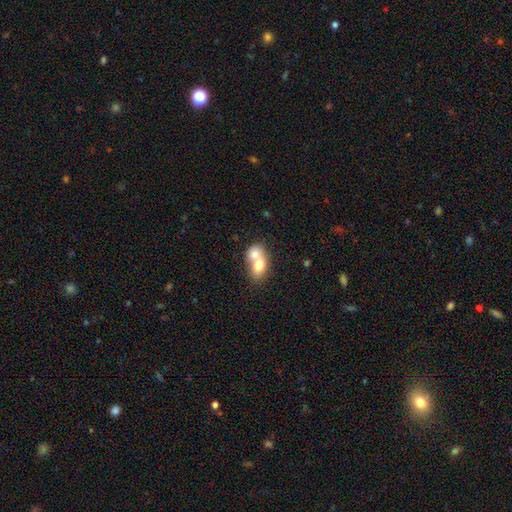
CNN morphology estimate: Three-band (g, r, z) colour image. It shows a smooth galaxy with no disk features (70%) that is in between round and cigar-shaped (70%). Merging: merger (75%).